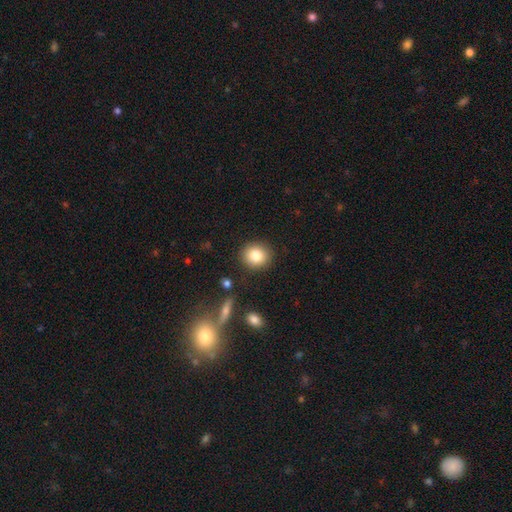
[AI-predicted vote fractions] Smooth or featured? Predicted: smooth (p=0.82). How rounded? Predicted: round (p=0.79). Merging? Predicted: none (p=0.87).